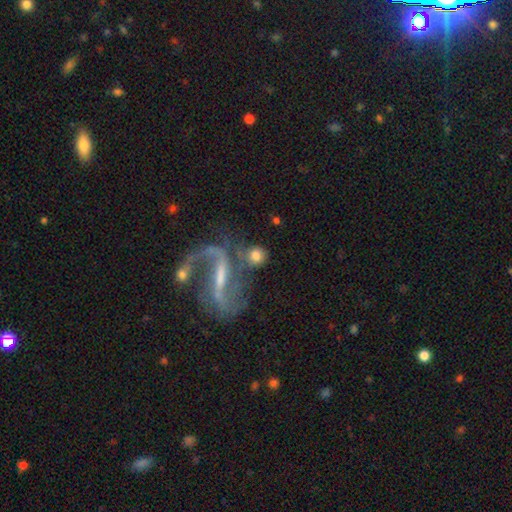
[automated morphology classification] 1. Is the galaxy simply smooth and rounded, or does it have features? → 61% smooth, 30% featured or disk, 9% star or artifact.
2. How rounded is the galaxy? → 80% round, 16% in between, 4% cigar-shaped.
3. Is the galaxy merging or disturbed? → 50% none, 28% merger, 12% minor disturbance, 11% major disturbance.